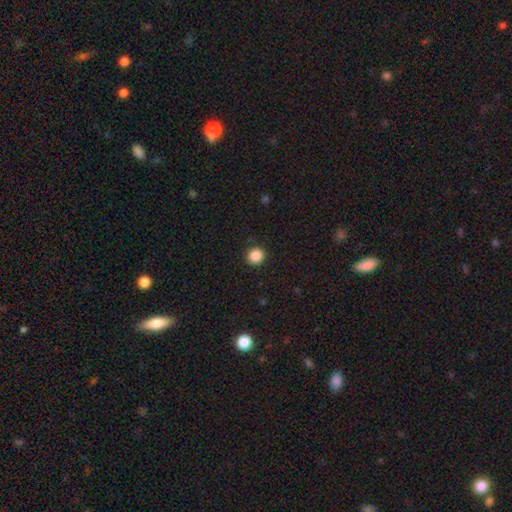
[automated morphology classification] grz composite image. It shows a smooth galaxy with no disk features (87%) that is round (90%). Merging: none (91%).